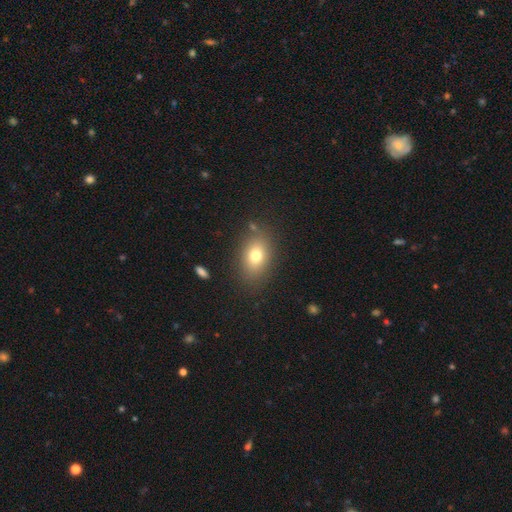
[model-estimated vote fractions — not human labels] This is likely a smooth galaxy (75%). How rounded: likely in between (78%). Merging: clearly none (82%).